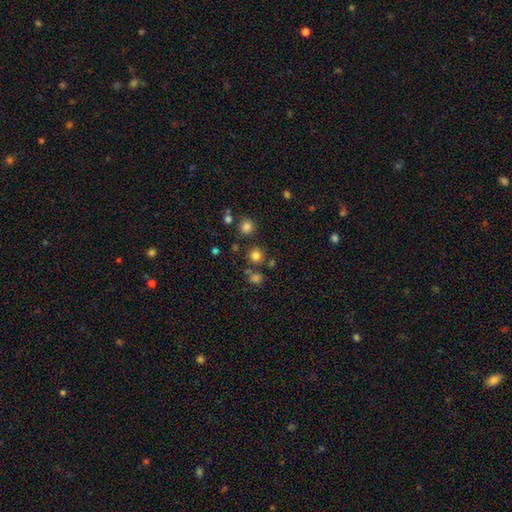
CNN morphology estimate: smooth-or-featured: smooth: 77% | star or artifact: 18% | featured or disk: 6%
  how-rounded: round: 92% | in between: 7% | cigar-shaped: 1%
  merging: none: 79% | merger: 11% | minor disturbance: 7% | major disturbance: 3%